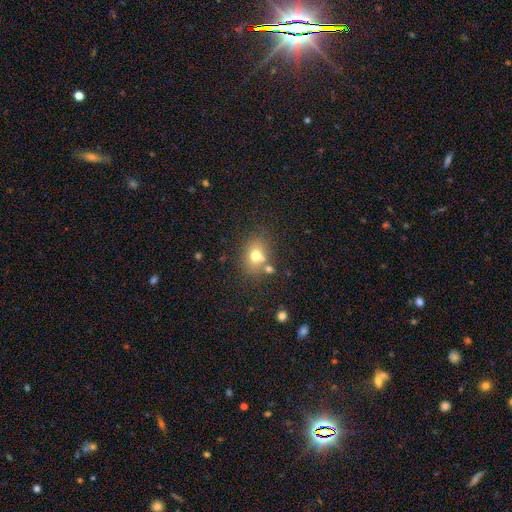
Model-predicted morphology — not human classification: Smooth or featured: smooth — 68% (featured or disk — 18%)
How rounded: in between — 53% (round — 46%)
Merging: none — 63% (merger — 19%)